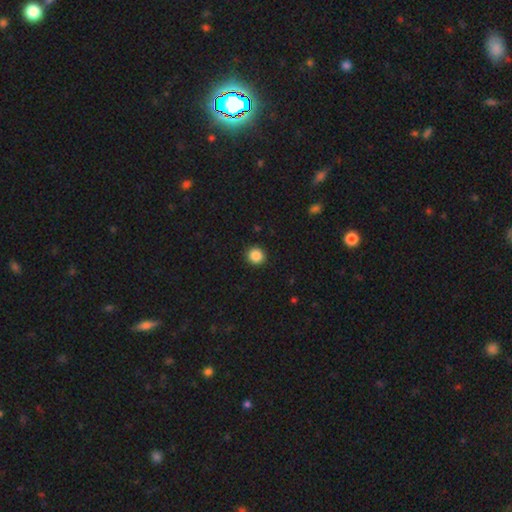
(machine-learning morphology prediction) Smooth or featured? Predicted: smooth (p=0.87). How rounded? Predicted: round (p=0.89). Merging? Predicted: none (p=0.92).